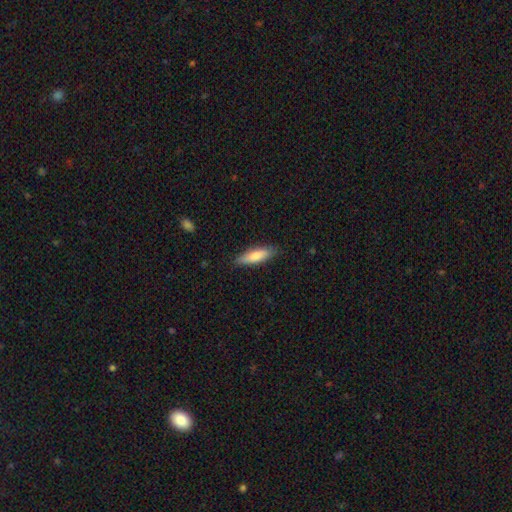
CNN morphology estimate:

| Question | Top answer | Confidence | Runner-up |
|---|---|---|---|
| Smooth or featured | smooth | 77% | featured or disk (17%) |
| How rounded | cigar-shaped | 59% | in between (40%) |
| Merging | none | 85% | minor disturbance (11%) |